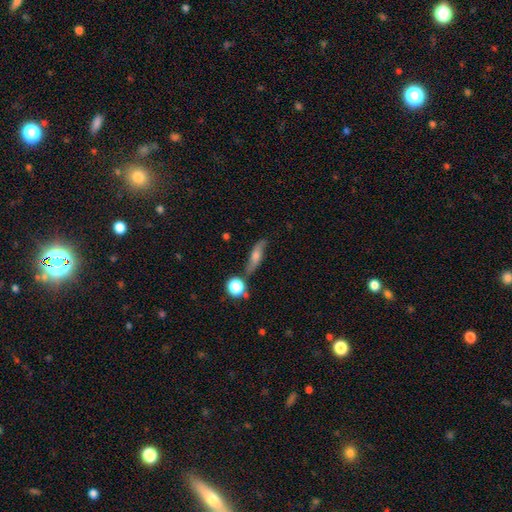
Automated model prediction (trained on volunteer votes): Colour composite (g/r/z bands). It shows a smooth galaxy with no disk features (48%). Merging: none (73%).